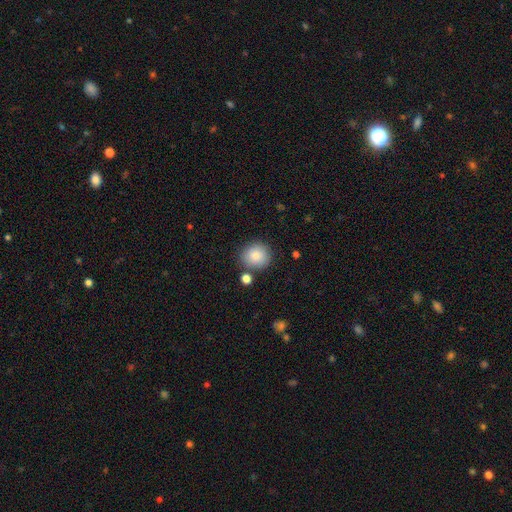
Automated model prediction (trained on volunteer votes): Overall: smooth (85%). How rounded: round (86%). Merging: none (79%).